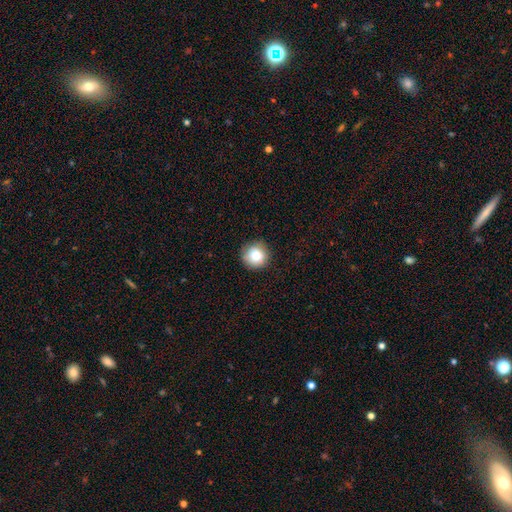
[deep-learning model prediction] Smooth or featured: smooth — 81% (star or artifact — 10%)
How rounded: round — 94% (in between — 5%)
Merging: none — 86% (minor disturbance — 10%)